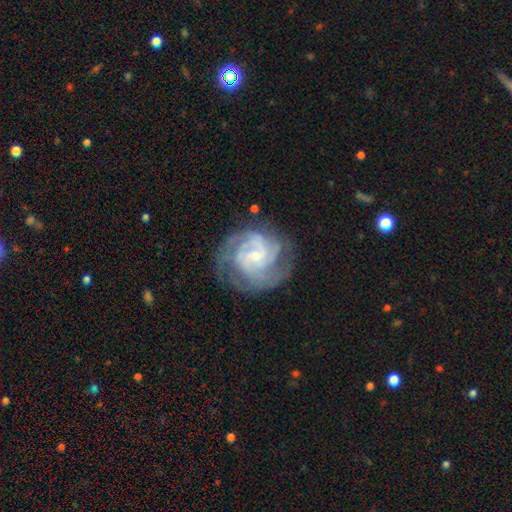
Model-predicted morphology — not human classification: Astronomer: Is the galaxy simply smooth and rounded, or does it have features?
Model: featured or disk — 87%.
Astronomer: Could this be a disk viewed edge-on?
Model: no — 98%.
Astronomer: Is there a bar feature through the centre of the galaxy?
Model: no — 60%.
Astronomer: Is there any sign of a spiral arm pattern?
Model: yes — 97%.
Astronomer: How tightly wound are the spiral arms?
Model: tight — 61%.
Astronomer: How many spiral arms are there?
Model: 3 — 29% (runner-up: 4, 25%).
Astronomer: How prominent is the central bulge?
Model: small — 77%.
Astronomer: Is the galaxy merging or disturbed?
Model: none — 74%.